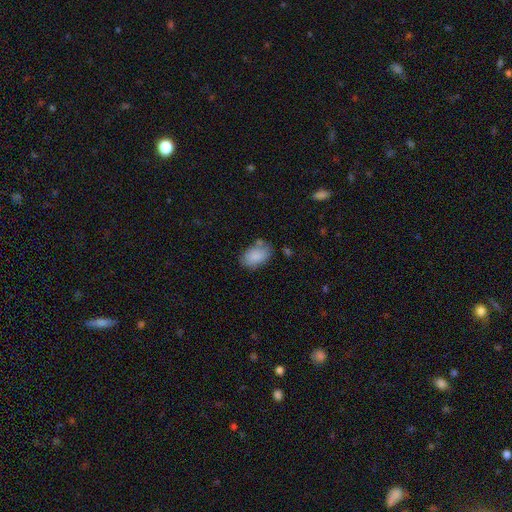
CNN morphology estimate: type=smooth (87%); roundness=in between (91%); merging=none (68%).